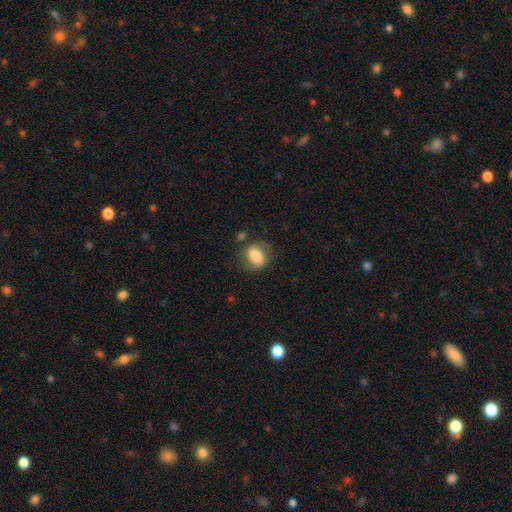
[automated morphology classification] The model was most divided on "how rounded": in between: 64%, round: 34%, cigar-shaped: 2%. More confident: smooth or featured — smooth (71%); merging — none (67%).